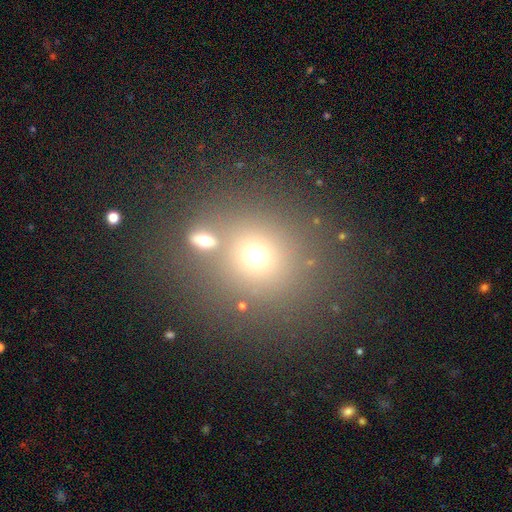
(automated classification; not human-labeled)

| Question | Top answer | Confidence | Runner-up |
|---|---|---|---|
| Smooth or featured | smooth | 63% | star or artifact (25%) |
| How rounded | round | 87% | in between (12%) |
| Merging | none | 65% | merger (22%) |